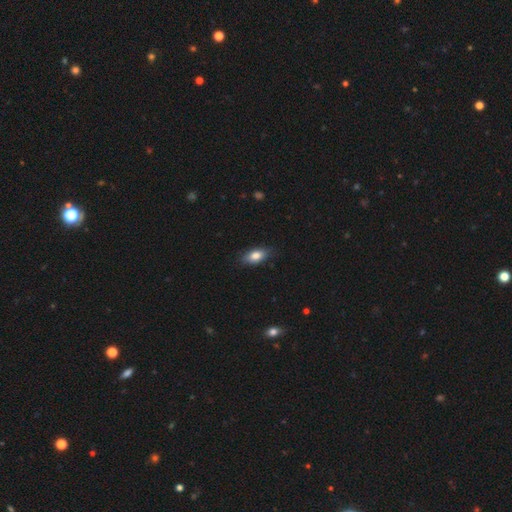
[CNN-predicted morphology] Overall: smooth (82%). How rounded: in between (88%). Merging: none (83%).